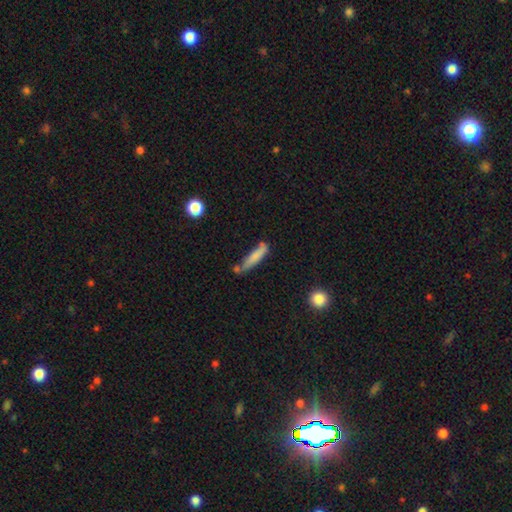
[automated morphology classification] type=smooth (75%); roundness=cigar-shaped (87%); merging=none (58%).